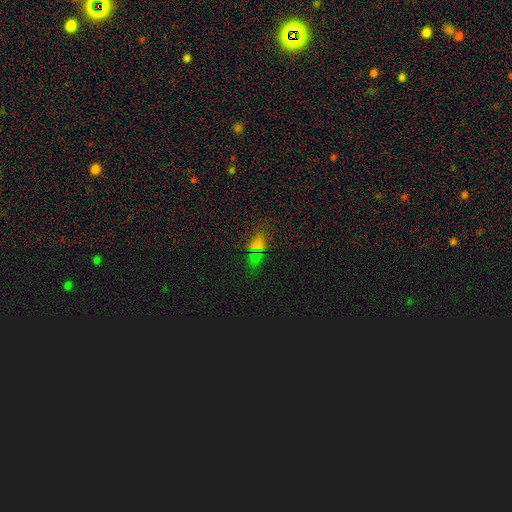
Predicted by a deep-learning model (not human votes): smooth_or_featured: star or artifact (p=0.45) [alt: smooth p=0.42]